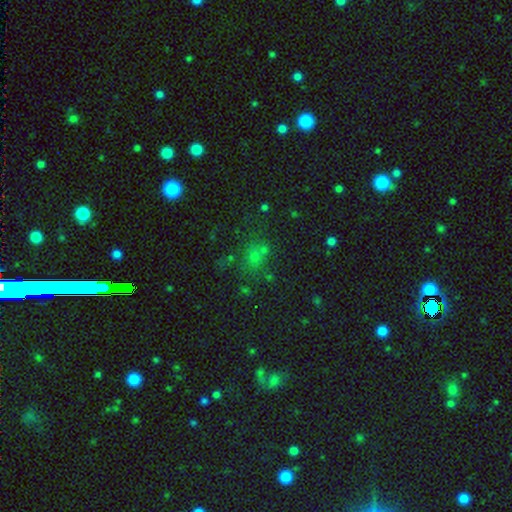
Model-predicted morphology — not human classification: Smooth or featured?
  - smooth: 54% *
  - star or artifact: 35%
  - featured or disk: 11%
How rounded?
  - round: 66% *
  - in between: 32%
  - cigar-shaped: 2%
Merging?
  - none: 57% *
  - merger: 22%
  - minor disturbance: 14%
  - major disturbance: 8%